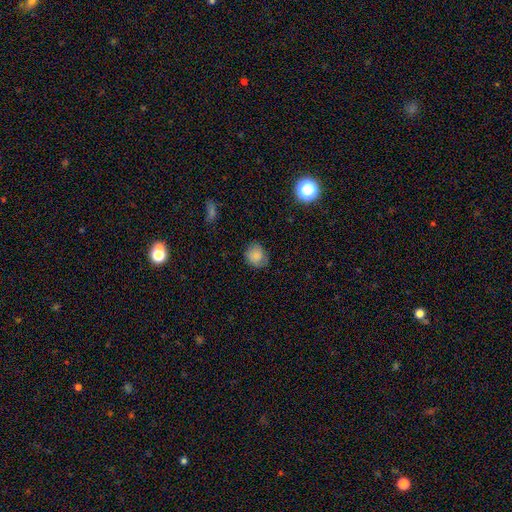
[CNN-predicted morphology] smooth_or_featured: smooth (p=0.83) [alt: star or artifact p=0.09]
how_rounded: round (p=0.73) [alt: in between p=0.26]
merging: none (p=0.73) [alt: minor disturbance p=0.21]